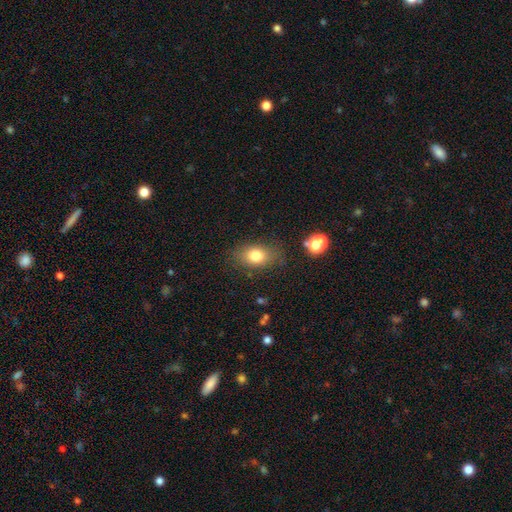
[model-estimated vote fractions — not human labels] smooth_or_featured: smooth (p=0.78) [alt: star or artifact p=0.11]
how_rounded: in between (p=0.74) [alt: round p=0.24]
merging: none (p=0.77) [alt: minor disturbance p=0.15]